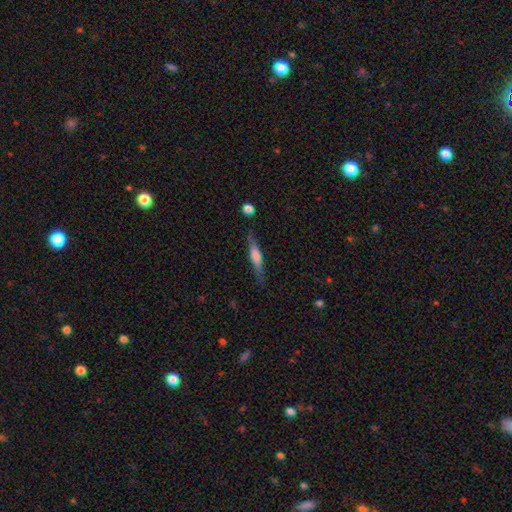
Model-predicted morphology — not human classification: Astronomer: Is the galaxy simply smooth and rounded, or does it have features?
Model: smooth — 48% (runner-up: featured or disk, 45%).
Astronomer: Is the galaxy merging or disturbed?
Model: none — 79%.